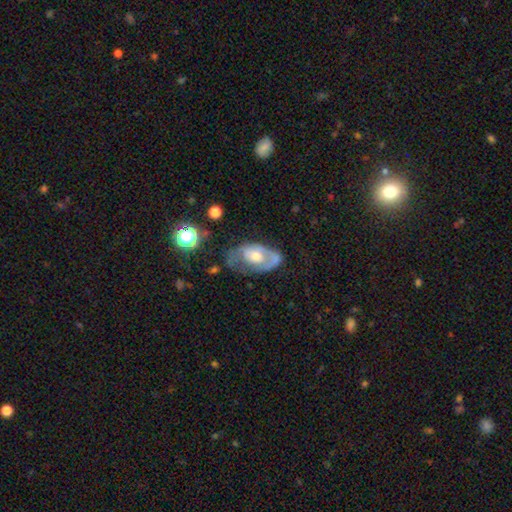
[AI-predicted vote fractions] smooth_or_featured: featured or disk (p=0.61) [alt: smooth p=0.31]
disk_edge_on: no (p=0.93) [alt: yes p=0.07]
bar: no (p=0.78) [alt: weak p=0.18]
has_spiral_arms: yes (p=0.54) [alt: no p=0.46]
bulge_size: moderate (p=0.61) [alt: small p=0.19]
merging: none (p=0.41) [alt: minor disturbance p=0.29]